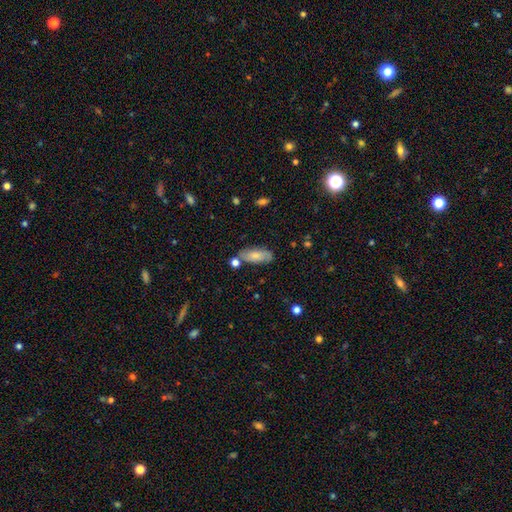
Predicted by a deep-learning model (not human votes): Smooth or featured? Predicted: smooth (p=0.73). How rounded? Predicted: in between (p=0.80). Merging? Predicted: none (p=0.71).